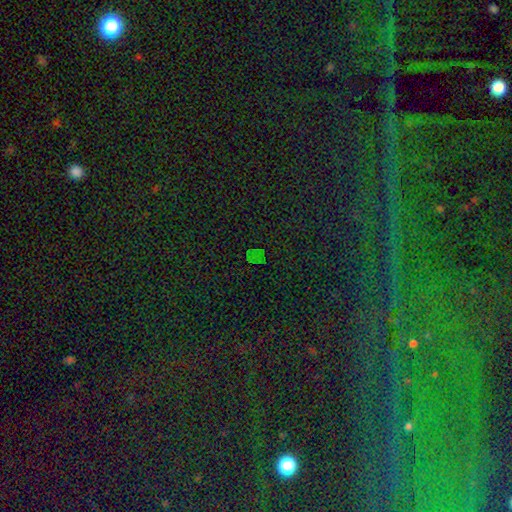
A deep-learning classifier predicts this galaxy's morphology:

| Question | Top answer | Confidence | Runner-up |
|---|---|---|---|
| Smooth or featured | star or artifact | 64% | smooth (27%) |